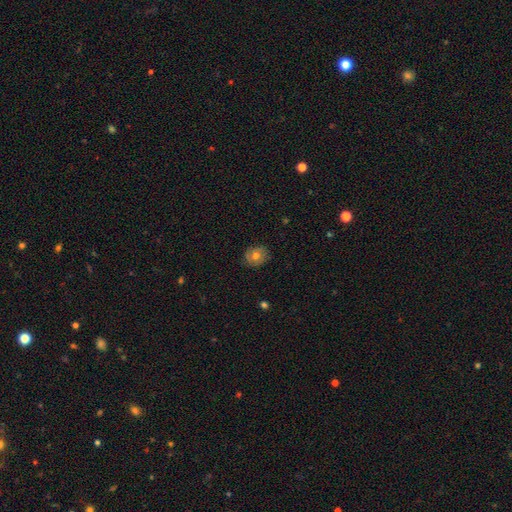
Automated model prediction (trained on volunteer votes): Smooth or featured? smooth (64%)
How rounded? round (68%)
Merging? none (82%)